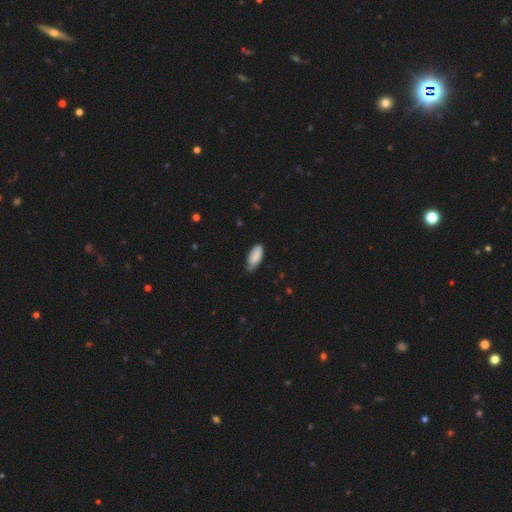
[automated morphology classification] Smooth or featured: smooth — 87% (featured or disk — 7%)
How rounded: in between — 89% (cigar-shaped — 10%)
Merging: none — 62% (minor disturbance — 33%)